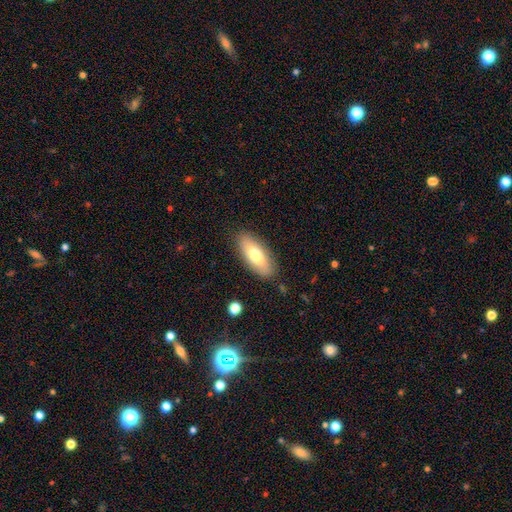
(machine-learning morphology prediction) Overall: smooth (71%). How rounded: in between (81%). Merging: none (86%).